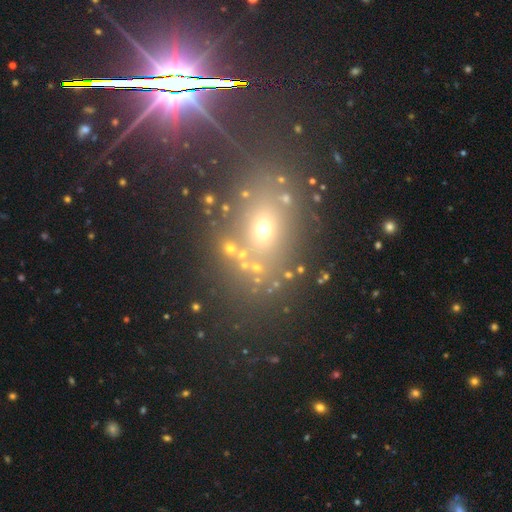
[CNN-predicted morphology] The model was most divided on "smooth or featured": star or artifact: 41%, featured or disk: 36%, smooth: 23%.